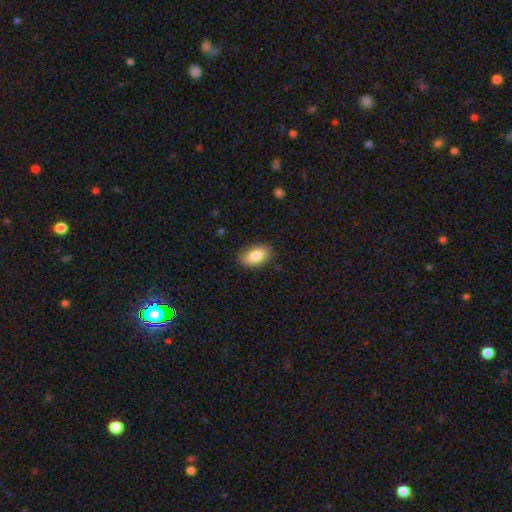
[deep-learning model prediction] smooth_or_featured: smooth (p=0.84) [alt: featured or disk p=0.09]
how_rounded: in between (p=0.92) [alt: round p=0.05]
merging: none (p=0.86) [alt: minor disturbance p=0.11]